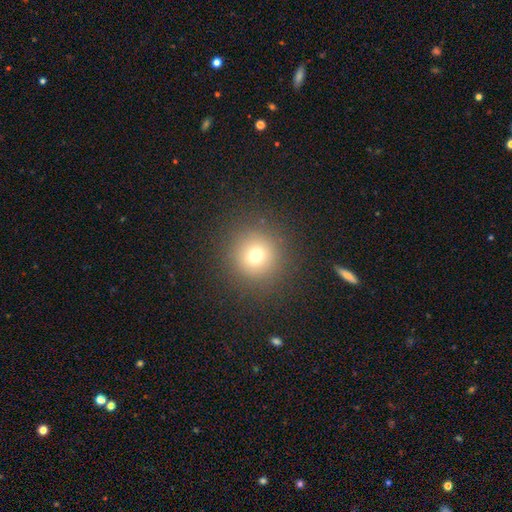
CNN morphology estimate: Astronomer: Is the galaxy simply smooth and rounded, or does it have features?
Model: smooth — 71%.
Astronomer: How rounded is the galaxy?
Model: round — 94%.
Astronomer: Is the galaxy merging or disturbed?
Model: none — 89%.